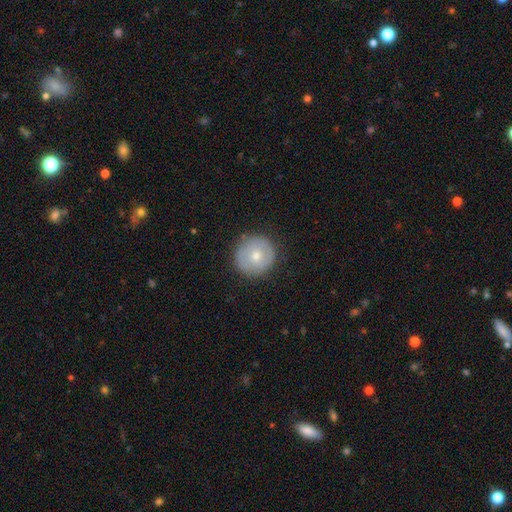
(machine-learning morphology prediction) This is possibly a smooth galaxy (57%). How rounded: clearly round (95%). Merging: clearly none (87%).